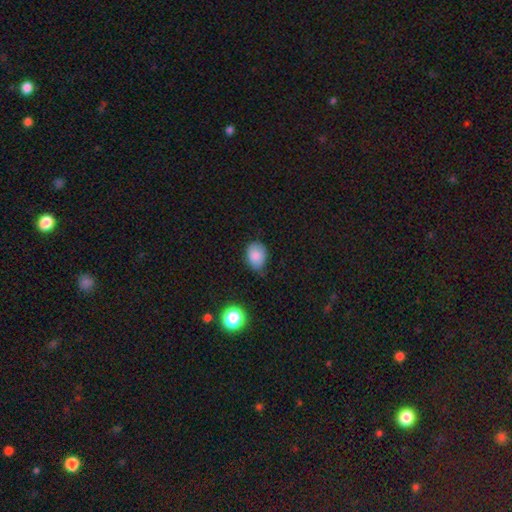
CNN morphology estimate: smooth 84%, star or artifact 9%, featured or disk 7%. Down the decision tree: how rounded — in between (68%); merging — none (60%).